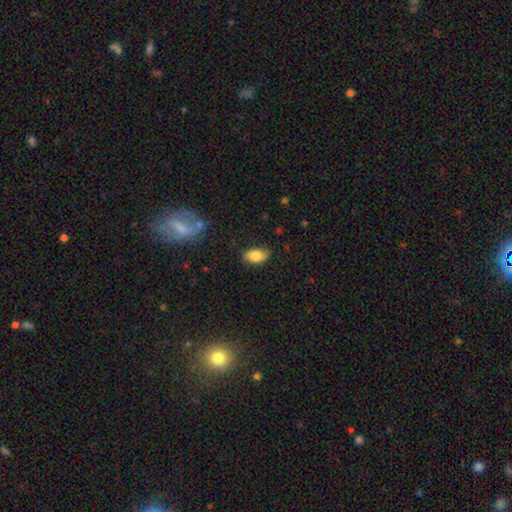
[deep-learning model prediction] Smooth or featured: smooth — 80% (featured or disk — 13%)
How rounded: in between — 92% (round — 6%)
Merging: none — 80% (minor disturbance — 15%)